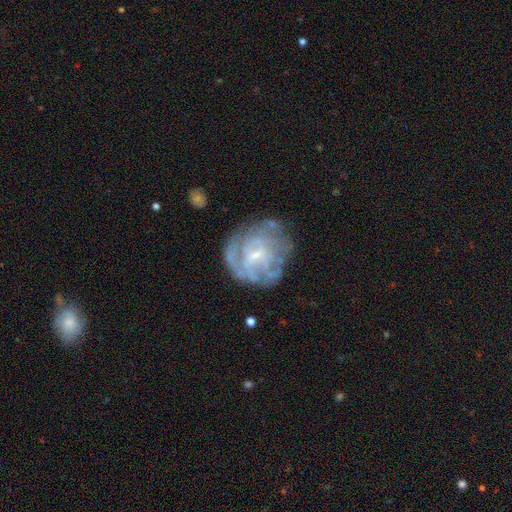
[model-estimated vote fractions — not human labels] featured or disk 71%, smooth 20%, star or artifact 8%. Down the decision tree: edge-on disk — no (97%); bar — no (51%); spiral arms — yes (64%); bulge size — small (72%); merging — none (61%).